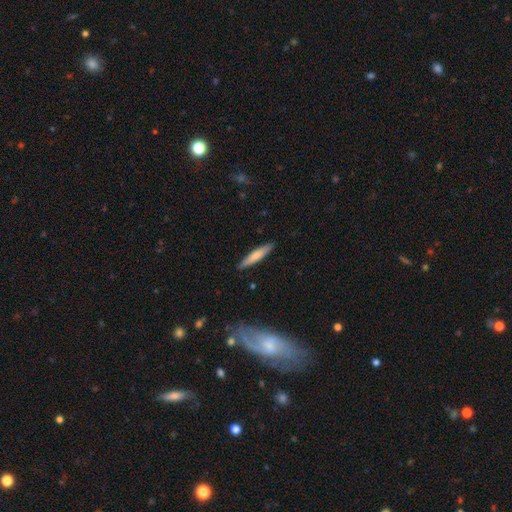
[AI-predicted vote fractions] Overall: smooth (73%). How rounded: cigar-shaped (90%). Merging: none (89%).